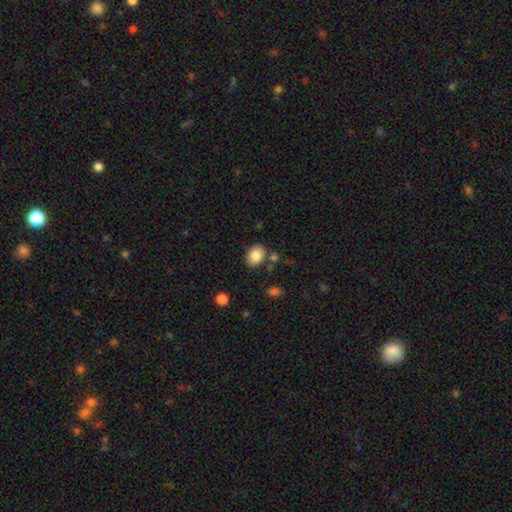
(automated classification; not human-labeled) smooth_or_featured: smooth (p=0.85) [alt: star or artifact p=0.08]
how_rounded: in between (p=0.66) [alt: round p=0.33]
merging: none (p=0.77) [alt: minor disturbance p=0.13]